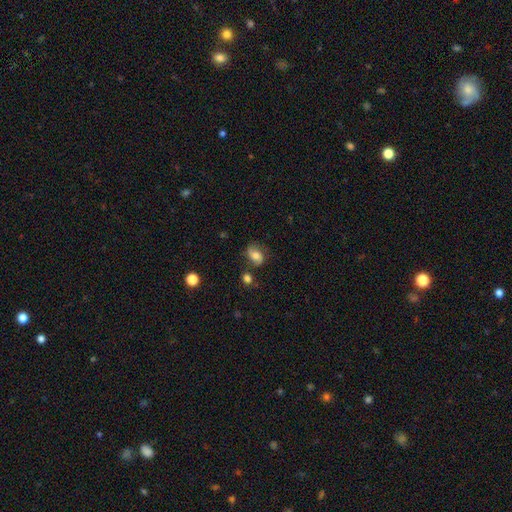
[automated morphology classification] type=smooth (57%); roundness=in between (68%); merging=none (65%).